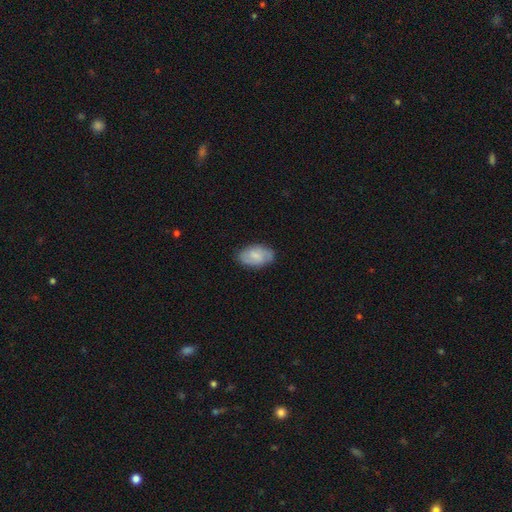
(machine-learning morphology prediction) This appears to be a smooth galaxy with no disk features (62%) that is in between round and cigar-shaped (93%). Merging: none (76%).